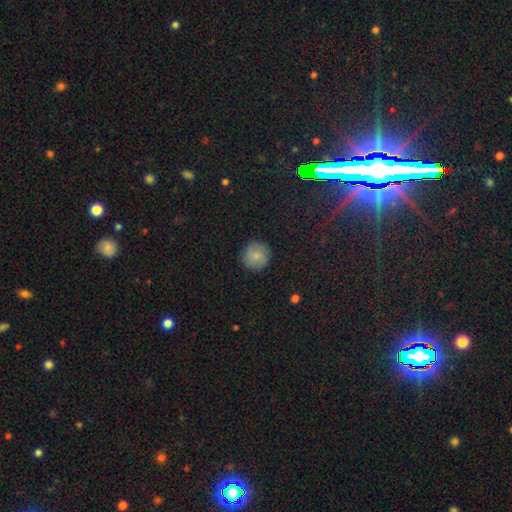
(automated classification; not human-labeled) Q: Smooth or featured?
A: smooth (83%); runner-up: star or artifact (9%)
Q: How rounded?
A: round (95%); runner-up: in between (4%)
Q: Merging?
A: none (89%); runner-up: minor disturbance (8%)